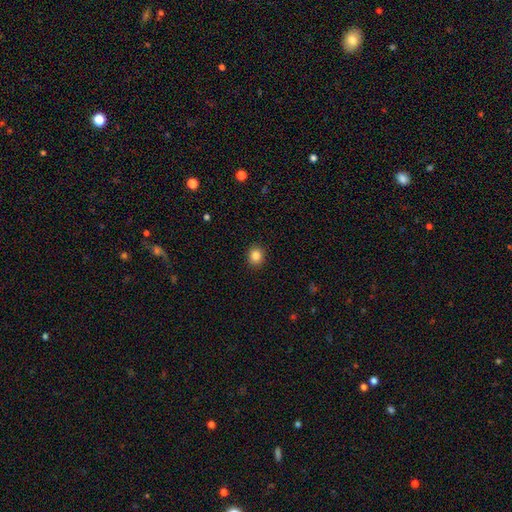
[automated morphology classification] A smooth galaxy with no disk features (85%) that is round (76%). Merging: none (91%).